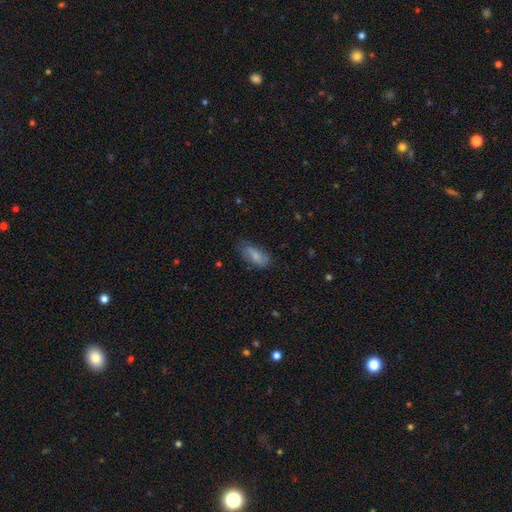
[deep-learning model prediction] A smooth galaxy with no disk features (71%) that is in between round and cigar-shaped (86%). Merging: none (69%).